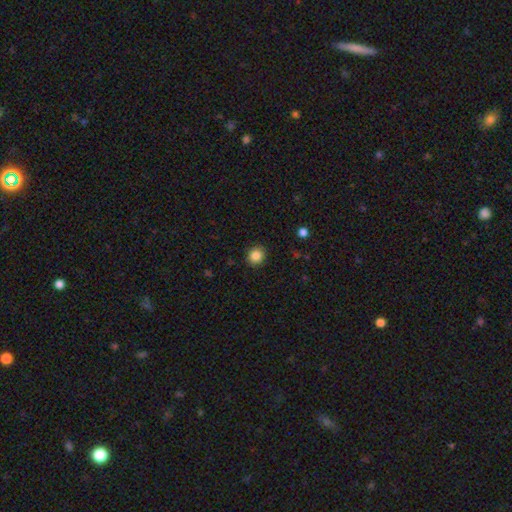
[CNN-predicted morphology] Overall: smooth (86%). How rounded: round (85%). Merging: none (90%).